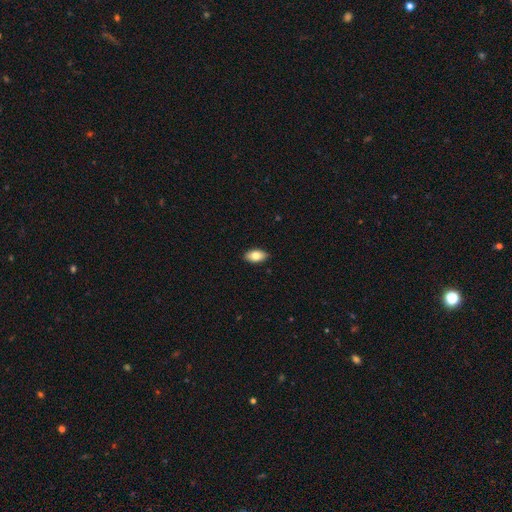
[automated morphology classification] A smooth galaxy with no disk features (82%) that is in between round and cigar-shaped (93%). Merging: none (89%).